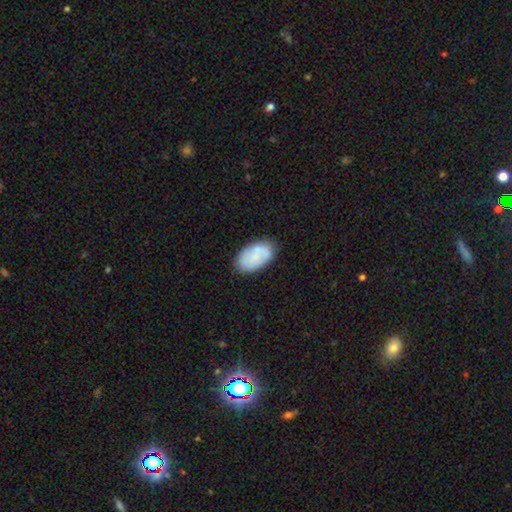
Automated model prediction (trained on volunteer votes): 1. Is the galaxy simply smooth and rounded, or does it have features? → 73% smooth, 20% featured or disk, 7% star or artifact.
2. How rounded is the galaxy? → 94% in between, 4% round, 2% cigar-shaped.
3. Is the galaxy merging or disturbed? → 74% none, 18% minor disturbance, 4% major disturbance, 3% merger.